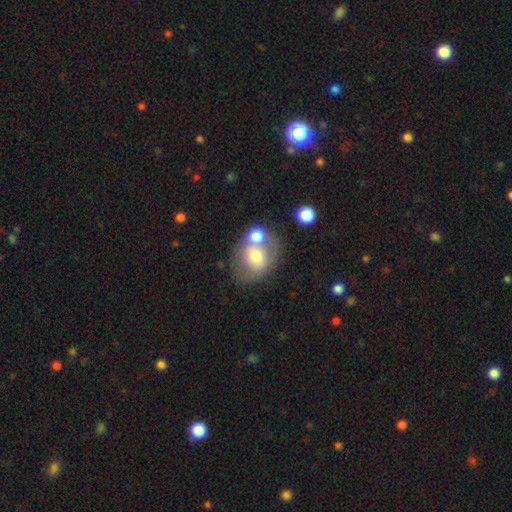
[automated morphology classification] This appears to be a smooth galaxy with no disk features (63%) that is round (51%). Merging: none (40%).